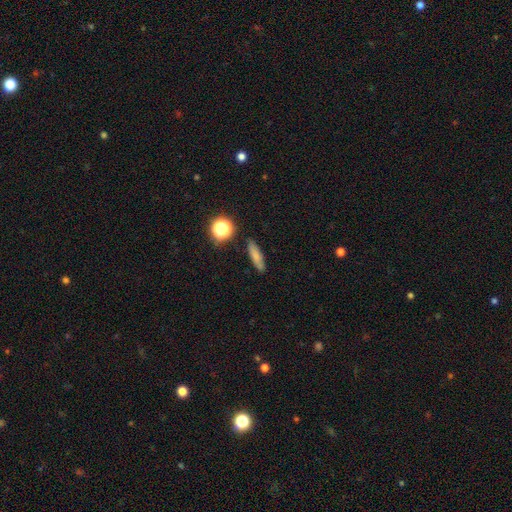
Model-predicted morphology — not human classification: smooth-or-featured: smooth: 75% | featured or disk: 13% | star or artifact: 12%
  how-rounded: cigar-shaped: 64% | in between: 27% | round: 8%
  merging: none: 85% | minor disturbance: 10% | major disturbance: 3% | merger: 2%